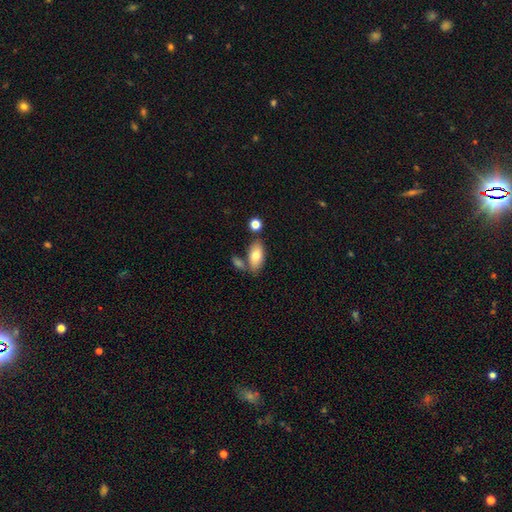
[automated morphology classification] Overall: smooth (75%). How rounded: in between (91%). Merging: none (68%).